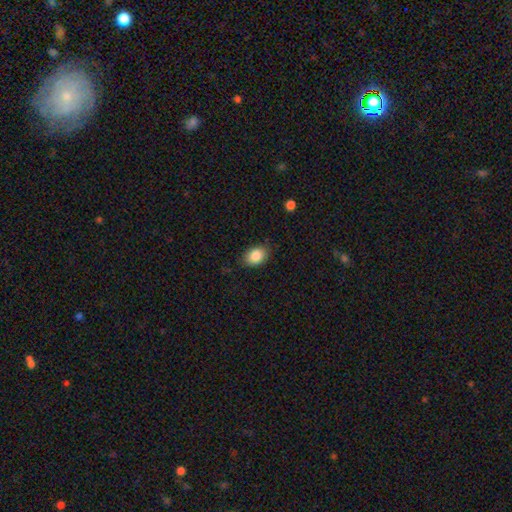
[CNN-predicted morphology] type=smooth (86%); roundness=in between (80%); merging=none (82%).